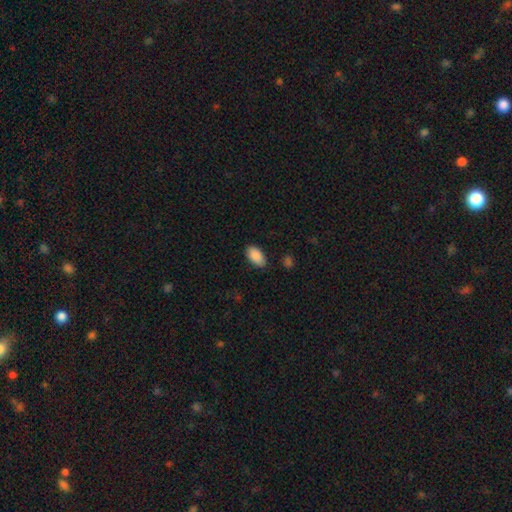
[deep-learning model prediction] This appears to be a smooth galaxy with no disk features (89%) that is in between round and cigar-shaped (94%). Merging: none (82%).